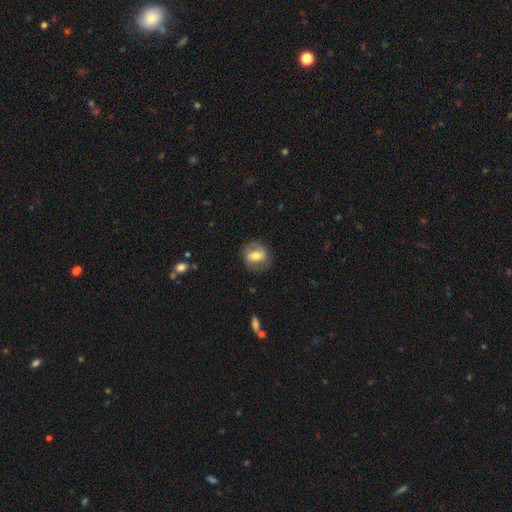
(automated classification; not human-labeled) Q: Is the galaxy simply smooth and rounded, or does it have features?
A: smooth — 50%.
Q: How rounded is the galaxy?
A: round — 51%.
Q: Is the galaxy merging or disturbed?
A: none — 79%.